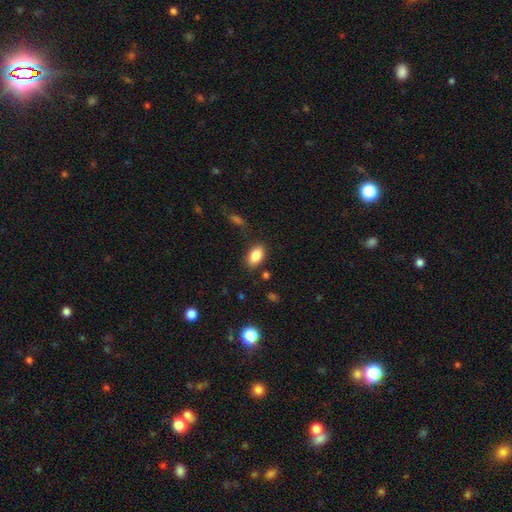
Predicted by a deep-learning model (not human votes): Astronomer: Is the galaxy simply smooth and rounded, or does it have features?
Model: smooth — 85%.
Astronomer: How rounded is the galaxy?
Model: in between — 91%.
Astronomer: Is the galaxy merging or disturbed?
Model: none — 83%.